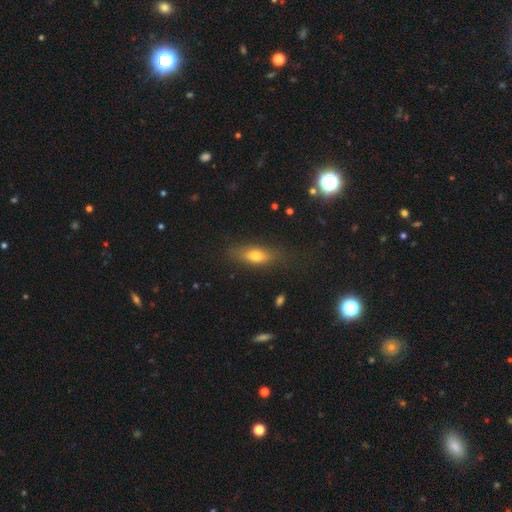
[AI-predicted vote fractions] This appears to be a smooth galaxy with no disk features (67%) that is in between round and cigar-shaped (66%). Merging: none (77%).